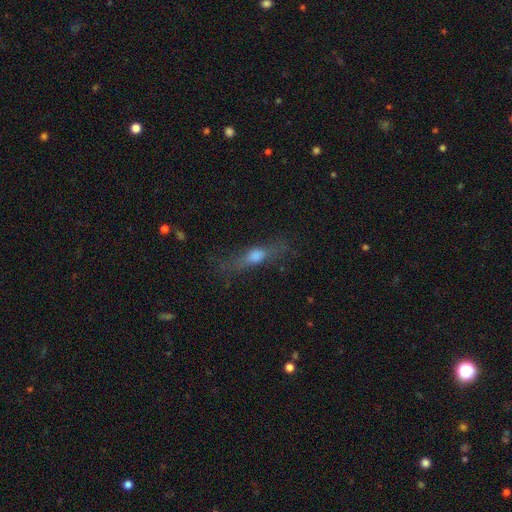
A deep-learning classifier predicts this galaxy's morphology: smooth-or-featured: featured or disk: 44% (tied) | smooth: 44% (tied) | star or artifact: 13%
  merging: none: 68% | minor disturbance: 18% | major disturbance: 12% | merger: 2%